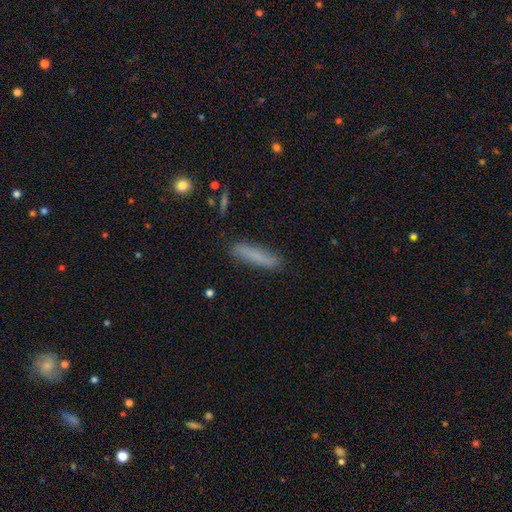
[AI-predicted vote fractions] This appears to be a smooth galaxy with no disk features (75%) that is cigar-shaped (85%). Merging: none (84%).